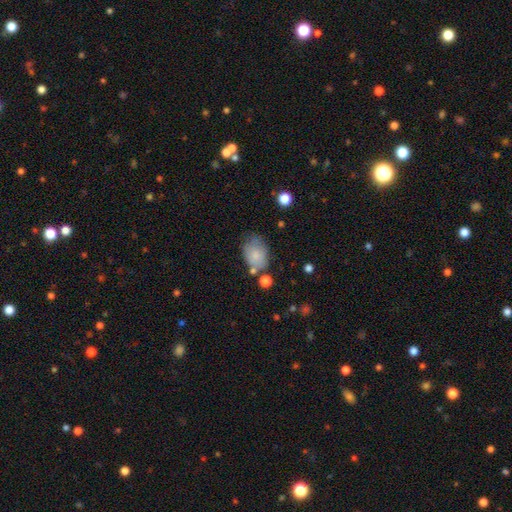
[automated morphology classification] Overall: smooth (80%). How rounded: in between (78%). Merging: none (56%; minor disturbance 25%).